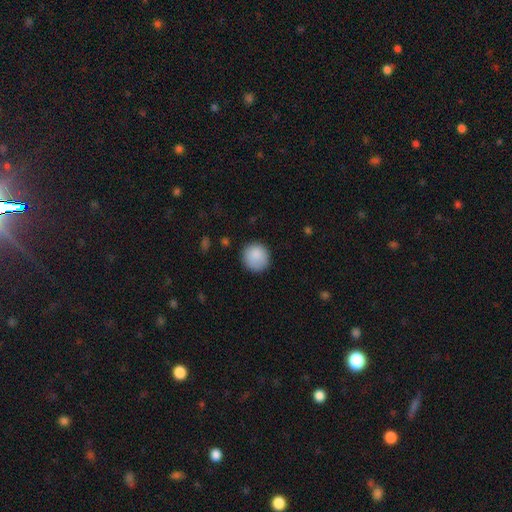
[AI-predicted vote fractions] Morphology: type=smooth (88%); roundness=round (92%); merging=none (85%).